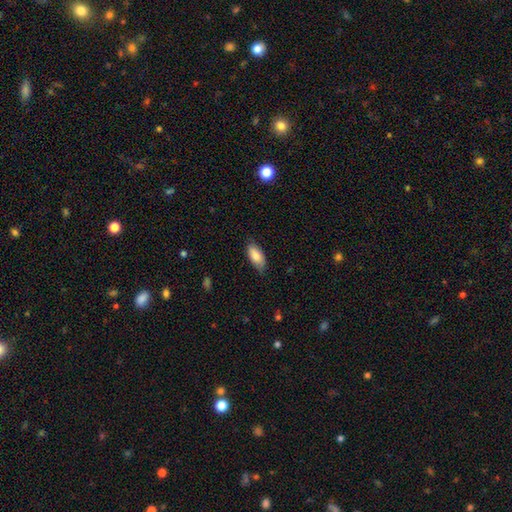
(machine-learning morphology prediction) This appears to be a smooth galaxy with no disk features (83%) that is in between round and cigar-shaped (89%). Merging: none (76%).